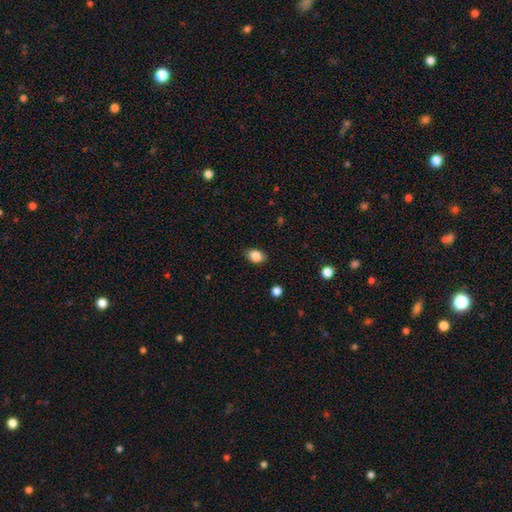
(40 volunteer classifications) Morphology: type=smooth (90%); roundness=in between (86%); merging=none (89%).